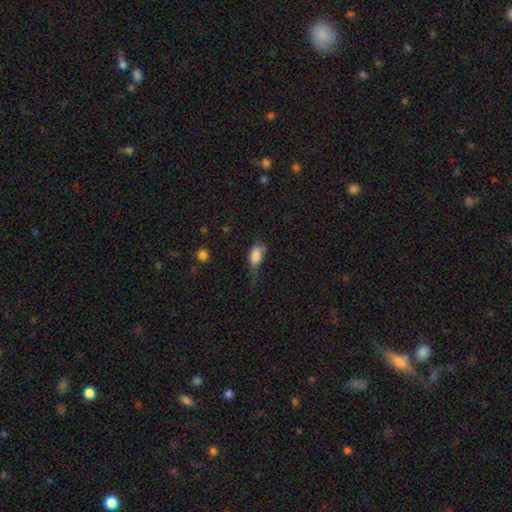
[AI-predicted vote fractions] Smooth or featured? Predicted: smooth (p=0.79). How rounded? Predicted: in between (p=0.87). Merging? Predicted: minor disturbance (p=0.36).